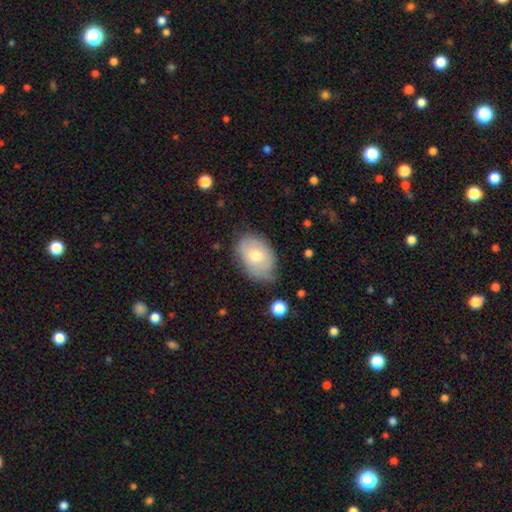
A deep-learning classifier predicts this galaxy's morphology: Smooth or featured? smooth (57%)
How rounded? in between (81%)
Merging? none (54%)